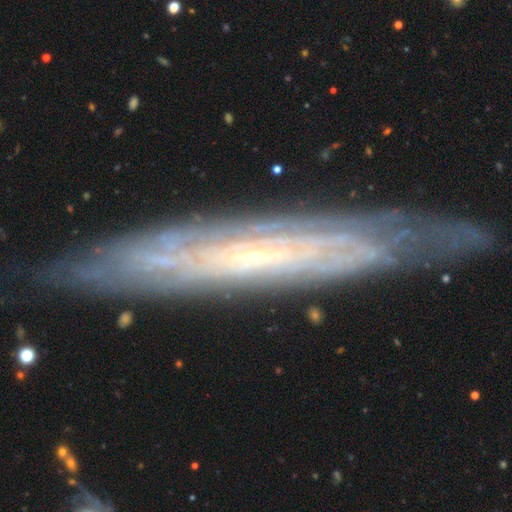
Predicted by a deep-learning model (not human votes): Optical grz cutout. It shows a featured or disk galaxy (76%) viewed edge-on (56%). Merging: none (81%).